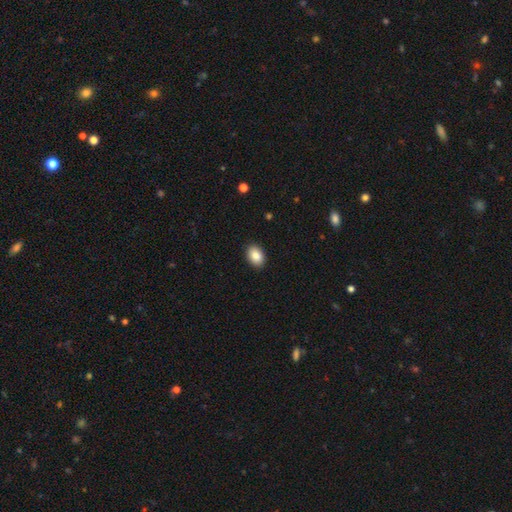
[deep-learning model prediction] A smooth galaxy with no disk features (87%) that is in between round and cigar-shaped (79%).

Vote fractions:
- Smooth or featured? smooth: 87% / star or artifact: 8% / featured or disk: 6%
- How rounded? in between: 79% / round: 20% / cigar-shaped: 1%
- Merging? none: 90% / minor disturbance: 7% / major disturbance: 2% / merger: 1%